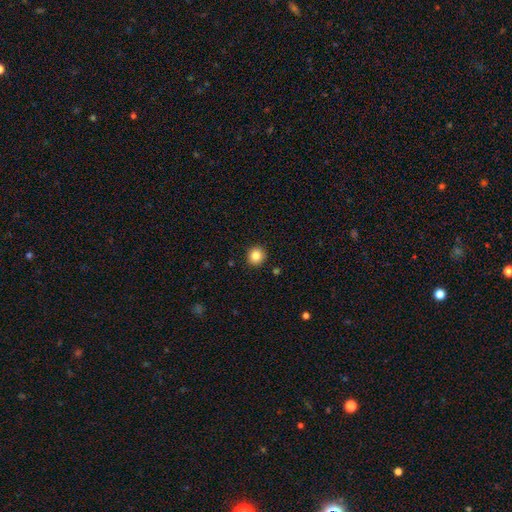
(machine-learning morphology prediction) This is clearly a smooth galaxy (86%). How rounded: clearly round (92%). Merging: clearly none (92%).